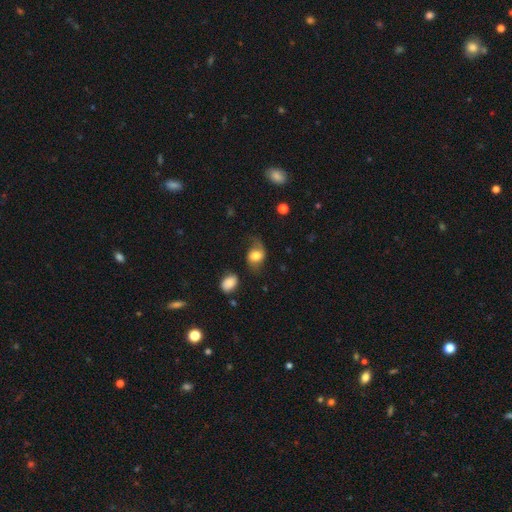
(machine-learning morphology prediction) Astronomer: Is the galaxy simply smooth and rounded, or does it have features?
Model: smooth — 61%.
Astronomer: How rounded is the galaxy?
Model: in between — 65%.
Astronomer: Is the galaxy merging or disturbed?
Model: none — 49% (runner-up: minor disturbance, 29%).